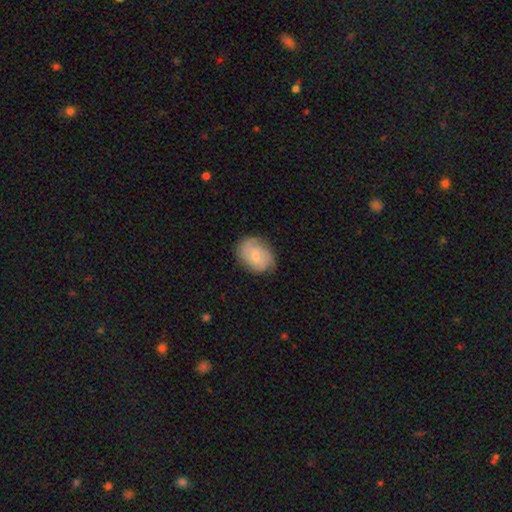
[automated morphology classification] A featured or disk galaxy (50%).

Vote fractions:
- Smooth or featured? featured or disk: 50% / smooth: 44% / star or artifact: 6%
- Edge-on disk? no: 97% / yes: 3%
- Merging? none: 76% / minor disturbance: 18% / major disturbance: 5% / merger: 1%